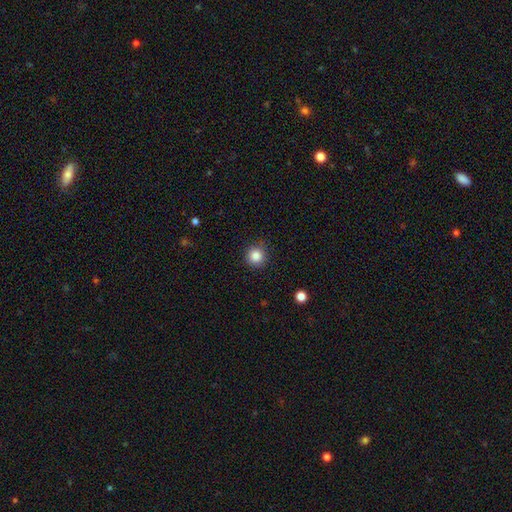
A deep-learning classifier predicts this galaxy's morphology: Overall: smooth (85%). How rounded: round (94%). Merging: none (89%).